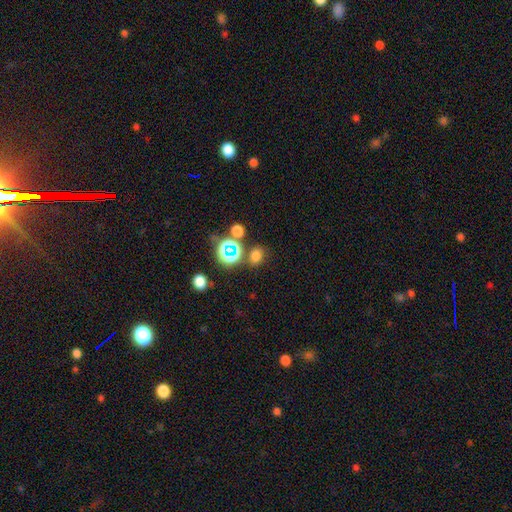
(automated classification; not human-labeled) This is likely a smooth galaxy (67%). How rounded: possibly round (51%). Merging: likely none (75%).